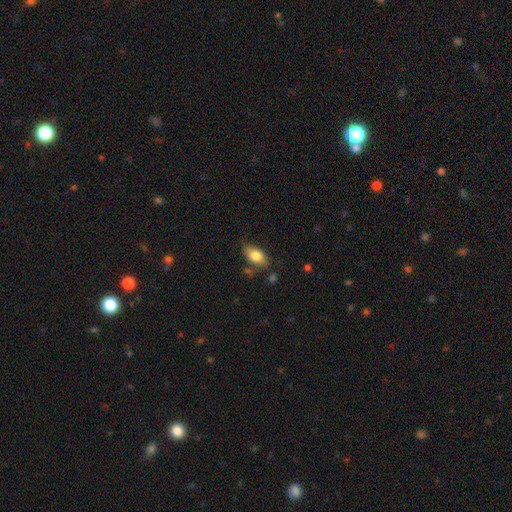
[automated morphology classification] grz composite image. It shows a smooth galaxy with no disk features (80%) that is in between round and cigar-shaped (89%). Merging: none (70%).